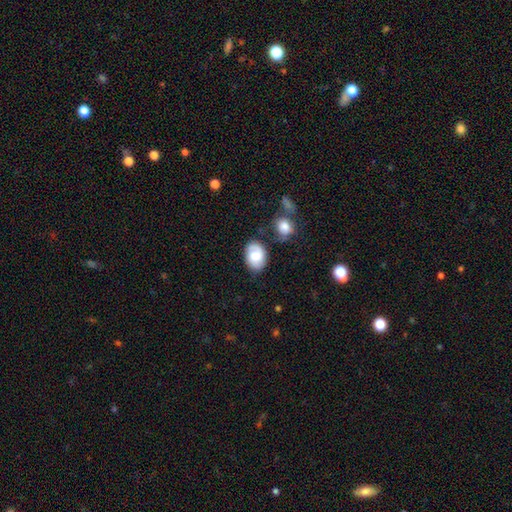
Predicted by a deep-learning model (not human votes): Morphology: type=smooth (63%); roundness=in between (77%); merging=none (65%).